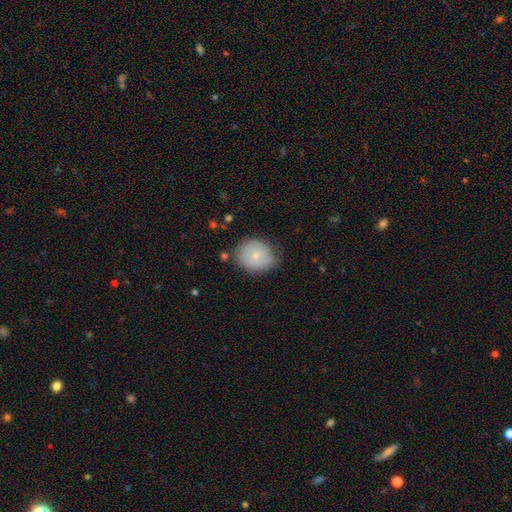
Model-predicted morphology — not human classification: Overall: smooth (72%). How rounded: round (70%). Merging: none (69%).